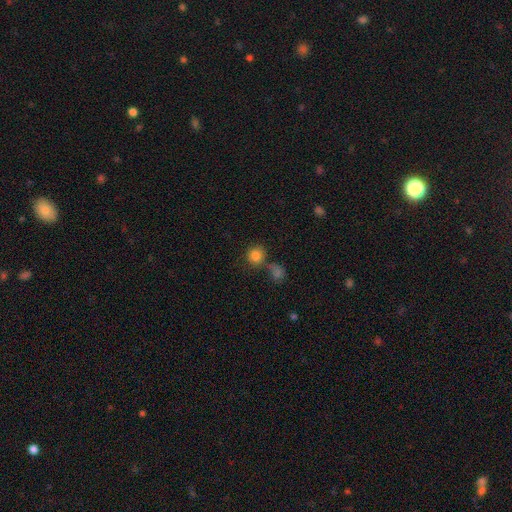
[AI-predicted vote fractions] smooth_or_featured: smooth (p=0.83) [alt: star or artifact p=0.11]
how_rounded: round (p=0.88) [alt: in between p=0.11]
merging: none (p=0.61) [alt: merger p=0.24]